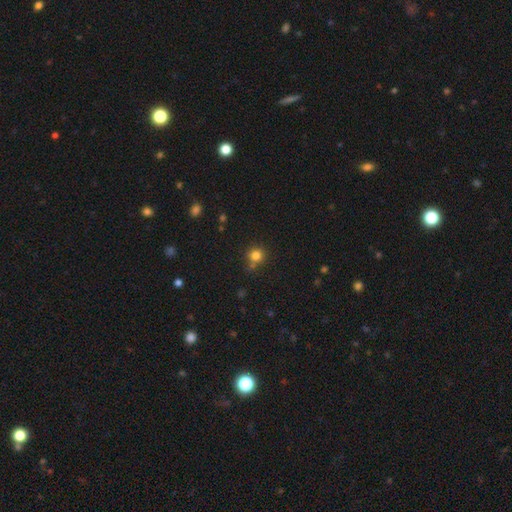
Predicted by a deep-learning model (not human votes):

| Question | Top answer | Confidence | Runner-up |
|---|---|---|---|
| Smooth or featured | smooth | 80% | star or artifact (14%) |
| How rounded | round | 91% | in between (8%) |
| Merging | none | 70% | minor disturbance (15%) |